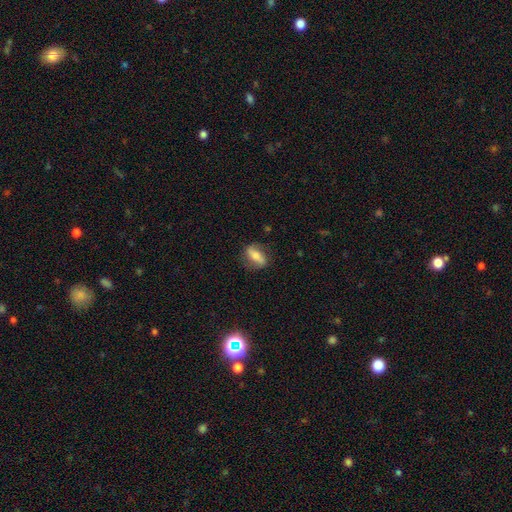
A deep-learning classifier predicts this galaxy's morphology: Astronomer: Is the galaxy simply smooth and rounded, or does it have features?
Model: smooth — 52% (runner-up: featured or disk, 40%).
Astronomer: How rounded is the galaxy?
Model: in between — 72%.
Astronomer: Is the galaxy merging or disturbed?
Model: none — 77%.